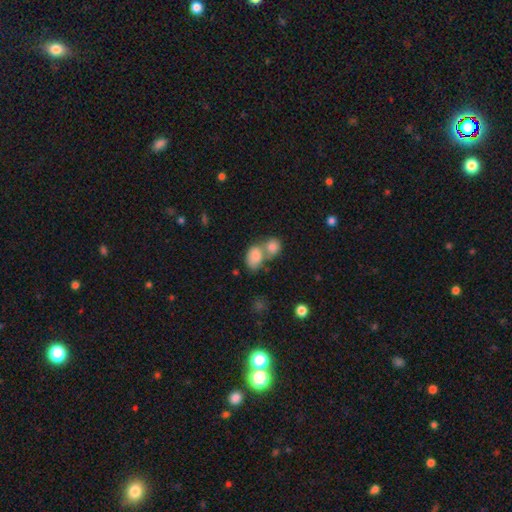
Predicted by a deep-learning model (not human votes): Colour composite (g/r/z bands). It shows a smooth galaxy with no disk features (83%) that is in between round and cigar-shaped (78%). Merging: merger (62%).